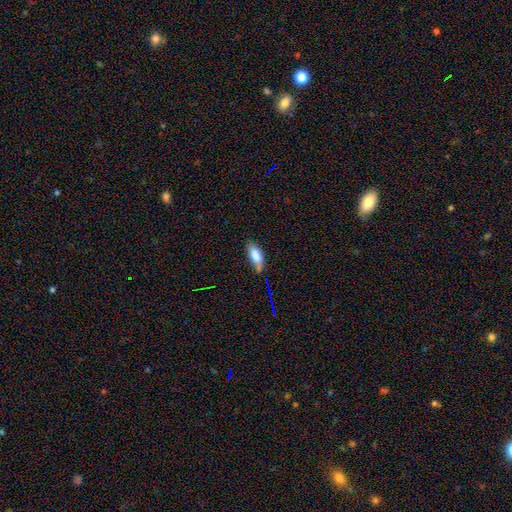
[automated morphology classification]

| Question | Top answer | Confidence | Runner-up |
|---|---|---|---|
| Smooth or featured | smooth | 80% | featured or disk (12%) |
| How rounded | in between | 81% | cigar-shaped (17%) |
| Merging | none | 53% | minor disturbance (34%) |